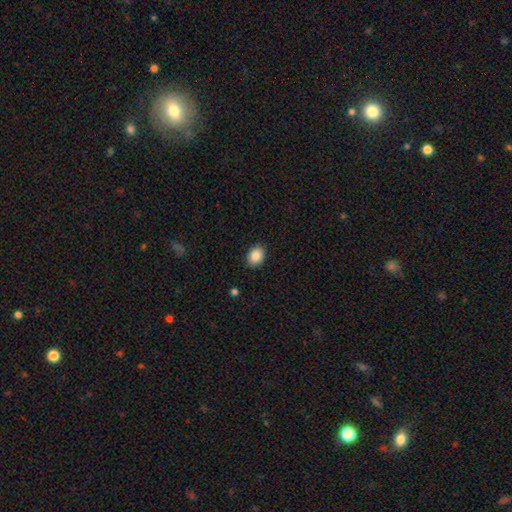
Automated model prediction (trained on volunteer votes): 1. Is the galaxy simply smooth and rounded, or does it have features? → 87% smooth, 8% star or artifact, 5% featured or disk.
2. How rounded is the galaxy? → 67% in between, 32% round, 1% cigar-shaped.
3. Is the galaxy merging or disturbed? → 89% none, 8% minor disturbance, 2% major disturbance, 1% merger.